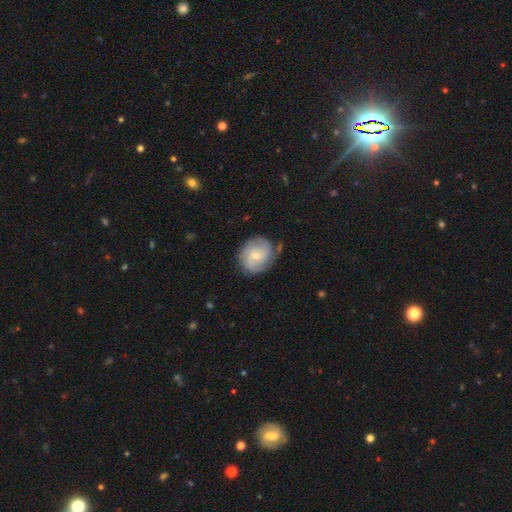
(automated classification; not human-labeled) A featured or disk galaxy (57%) with no bar (57%), spiral arms (88%) and a small central bulge (60%).

Vote fractions:
- Smooth or featured? featured or disk: 57% / smooth: 36% / star or artifact: 7%
- Edge-on disk? no: 98% / yes: 2%
- Bar? no: 57% / weak: 38% / strong: 5%
- Spiral arms? yes: 88% / no: 12%
- Bulge size? small: 60% / moderate: 35% / none: 2% / large: 2% / dominant: 1%
- Merging? none: 70% / minor disturbance: 21% / major disturbance: 7% / merger: 3%